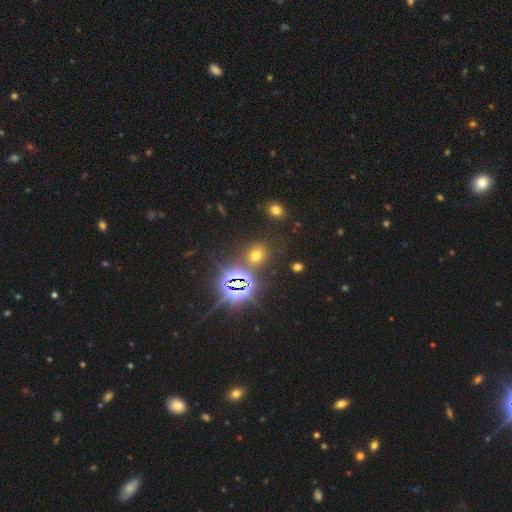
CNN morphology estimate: Smooth or featured: smooth — 50% (star or artifact — 42%)
Merging: none — 79% (minor disturbance — 10%)